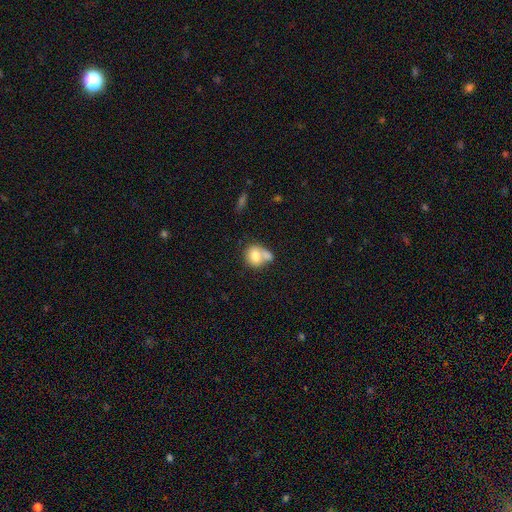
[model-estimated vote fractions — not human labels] Overall: smooth (74%). How rounded: round (57%; in between 42%). Merging: merger (54%; none 28%).